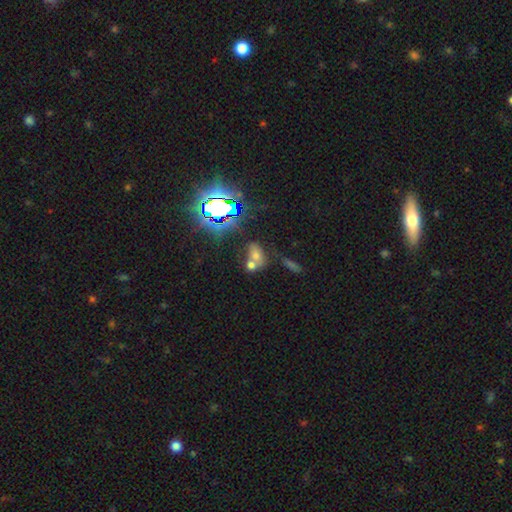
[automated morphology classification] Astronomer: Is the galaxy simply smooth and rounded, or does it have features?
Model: smooth — 52% (runner-up: star or artifact, 30%).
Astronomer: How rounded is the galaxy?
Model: in between — 70%.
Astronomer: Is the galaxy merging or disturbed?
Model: merger — 54% (runner-up: none, 32%).